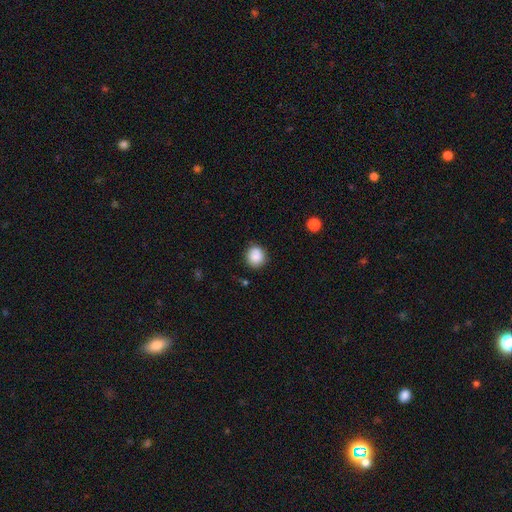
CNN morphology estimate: This is clearly a smooth galaxy (87%). How rounded: clearly round (88%). Merging: clearly none (83%).